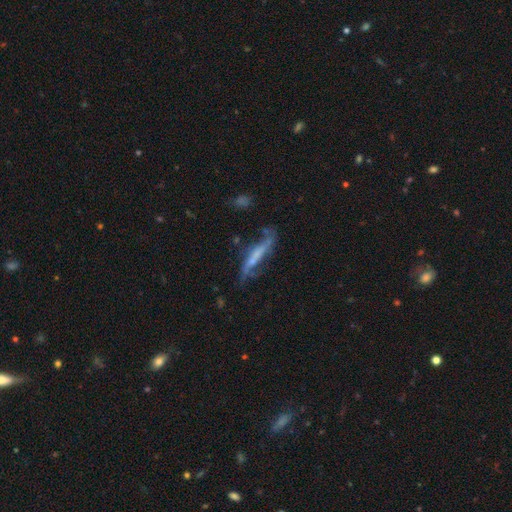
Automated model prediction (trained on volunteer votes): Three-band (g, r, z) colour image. It shows a featured or disk galaxy (62%) viewed edge-on (60%). Merging: none (50%).